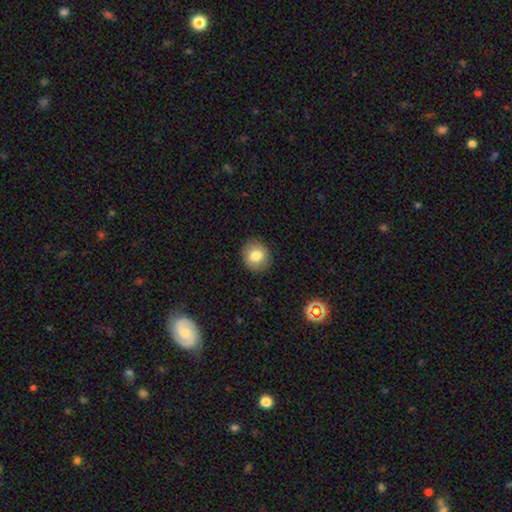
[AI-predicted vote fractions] Smooth or featured?
  - smooth: 81% *
  - featured or disk: 10%
  - star or artifact: 9%
How rounded?
  - round: 84% *
  - in between: 15%
  - cigar-shaped: 1%
Merging?
  - none: 90% *
  - minor disturbance: 7%
  - major disturbance: 2%
  - merger: 1%